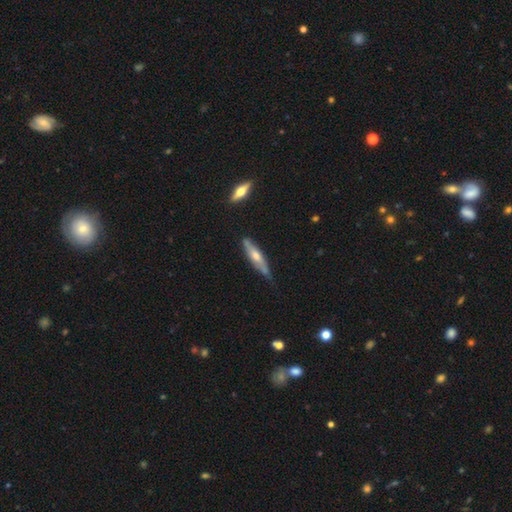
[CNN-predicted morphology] type=featured or disk (53%); edge-on=yes (88%); merging=none (66%).